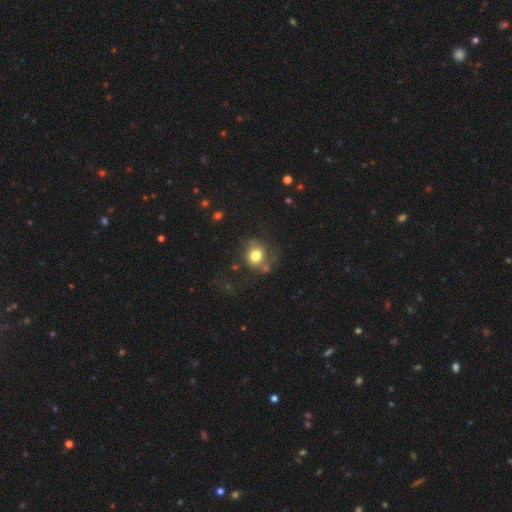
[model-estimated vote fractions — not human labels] Q: Smooth or featured?
A: smooth (77%); runner-up: featured or disk (13%)
Q: How rounded?
A: round (75%); runner-up: in between (25%)
Q: Merging?
A: none (59%); runner-up: minor disturbance (21%)